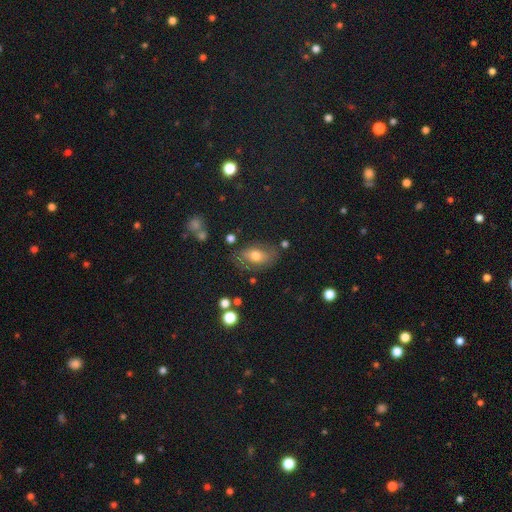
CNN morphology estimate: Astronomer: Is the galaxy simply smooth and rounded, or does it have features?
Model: smooth — 61%.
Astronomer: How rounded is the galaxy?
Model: in between — 85%.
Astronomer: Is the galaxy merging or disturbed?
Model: none — 67%.